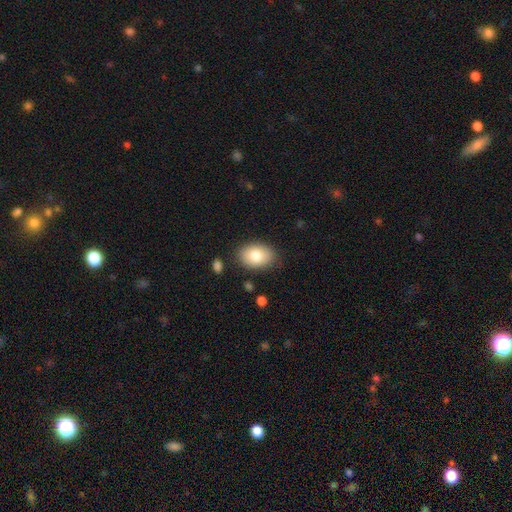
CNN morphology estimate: Smooth or featured: smooth — 80% (featured or disk — 13%)
How rounded: in between — 82% (round — 17%)
Merging: none — 83% (minor disturbance — 12%)